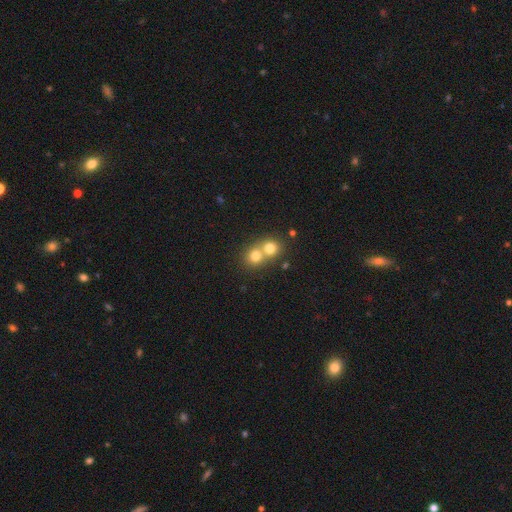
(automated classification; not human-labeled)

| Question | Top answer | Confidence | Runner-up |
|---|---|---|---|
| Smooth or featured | smooth | 75% | featured or disk (12%) |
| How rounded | round | 82% | in between (17%) |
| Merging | merger | 61% | none (33%) |